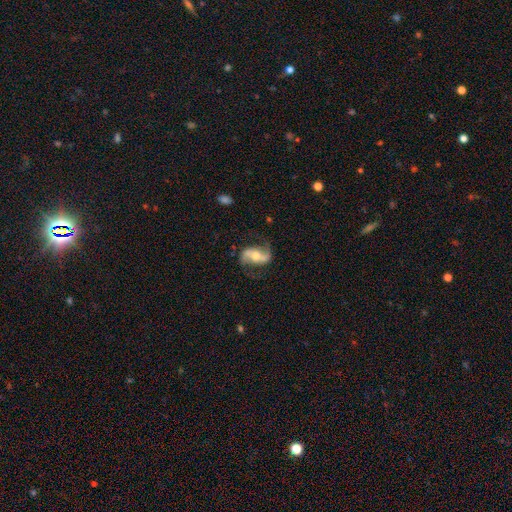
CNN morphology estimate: Q: Smooth or featured?
A: featured or disk (82%); runner-up: smooth (12%)
Q: Edge-on disk?
A: no (96%); runner-up: yes (4%)
Q: Bar?
A: strong (35%); runner-up: weak (34%)
Q: Spiral arms?
A: yes (94%); runner-up: no (6%)
Q: Spiral winding?
A: loose (62%); runner-up: medium (29%)
Q: Spiral arm count?
A: 2 (92%); runner-up: can't tell (3%)
Q: Bulge size?
A: moderate (62%); runner-up: small (29%)
Q: Merging?
A: none (74%); runner-up: minor disturbance (16%)